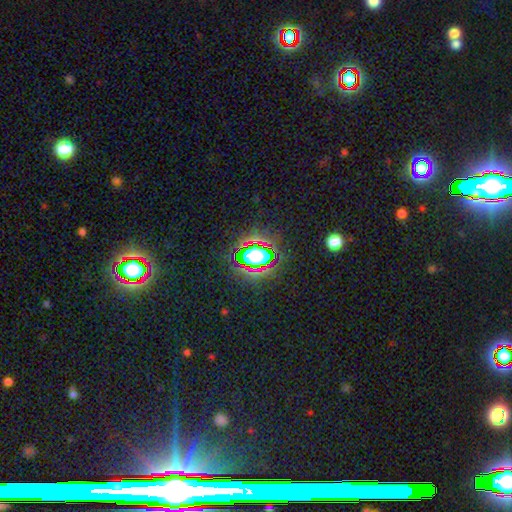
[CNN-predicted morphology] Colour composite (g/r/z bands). It shows a star or artifact, not a galaxy (64%).